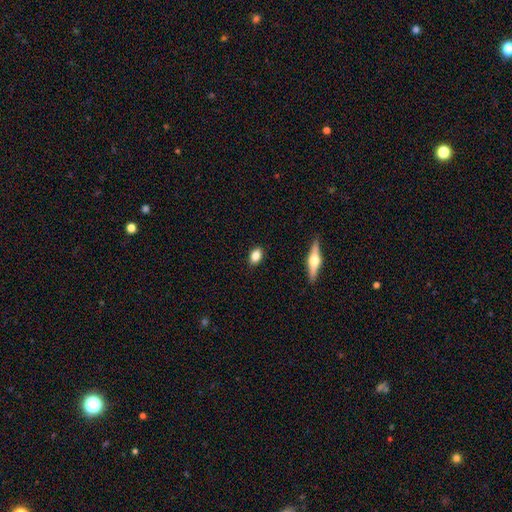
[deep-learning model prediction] The model was most divided on "smooth or featured": smooth: 79%, featured or disk: 13%, star or artifact: 8%. More confident: merging — none (89%); how rounded — in between (80%).